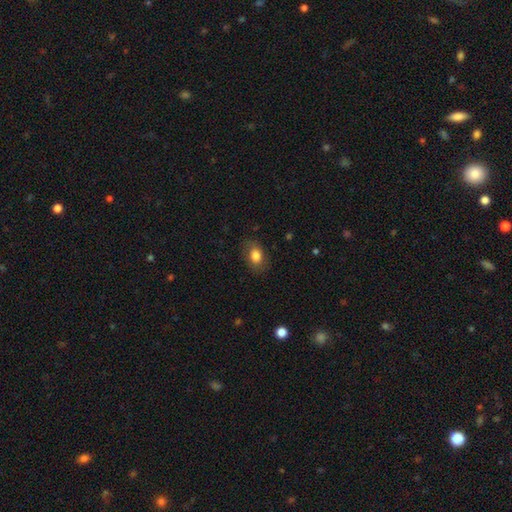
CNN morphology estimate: Overall: smooth (80%). How rounded: in between (77%). Merging: none (79%).